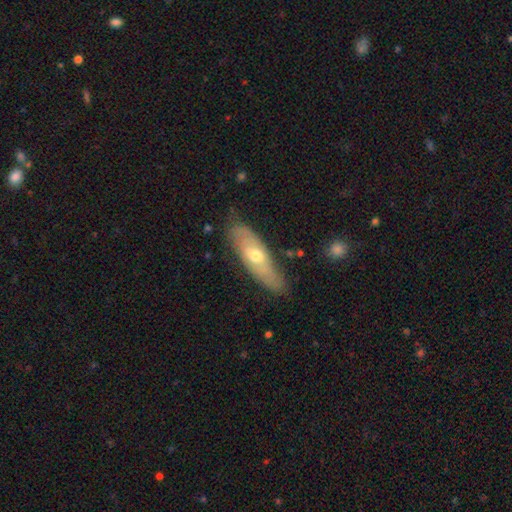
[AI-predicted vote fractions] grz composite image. It shows a featured or disk galaxy (48%). Merging: none (77%).